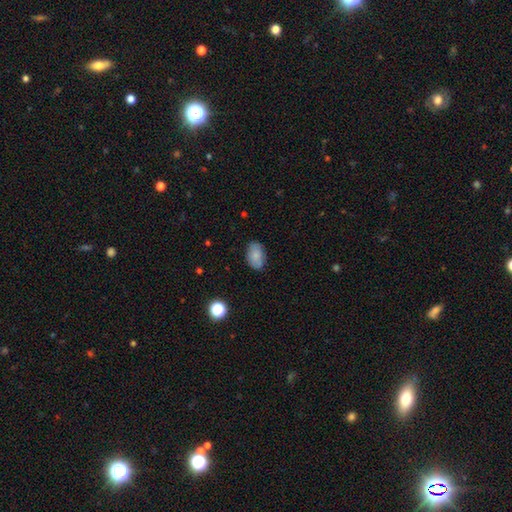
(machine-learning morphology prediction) This is clearly a smooth galaxy (82%). How rounded: clearly in between (90%). Merging: clearly none (81%).